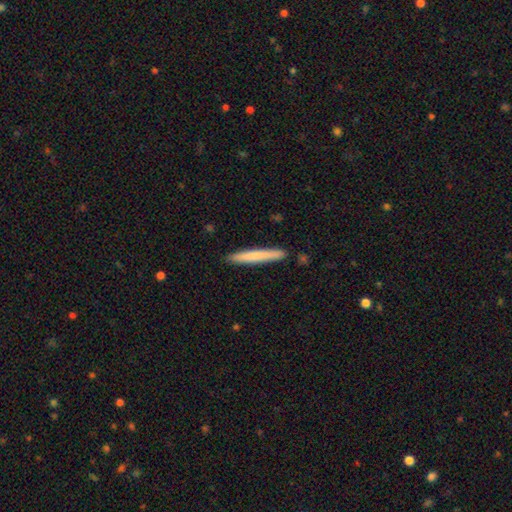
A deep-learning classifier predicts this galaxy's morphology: Smooth or featured: smooth — 72% (featured or disk — 23%)
How rounded: cigar-shaped — 97% (in between — 2%)
Merging: none — 90% (minor disturbance — 7%)